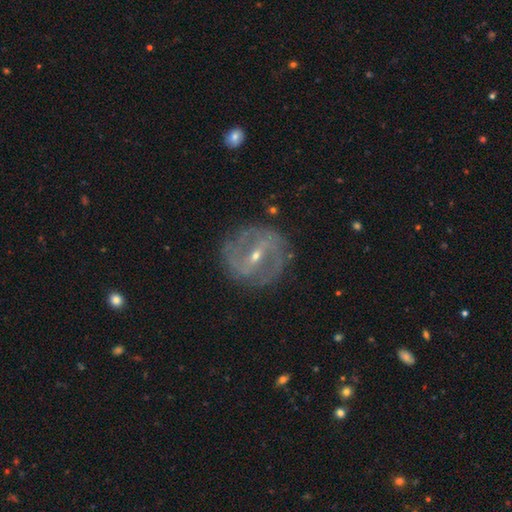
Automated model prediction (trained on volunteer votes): Smooth or featured? Predicted: featured or disk (p=0.84). Edge-on disk? Predicted: no (p=0.95). Bar? Predicted: strong (p=0.49). Spiral arms? Predicted: yes (p=0.85). Spiral winding? Predicted: medium (p=0.43). Spiral arm count? Predicted: 2 (p=0.66). Bulge size? Predicted: small (p=0.64). Merging? Predicted: none (p=0.80).